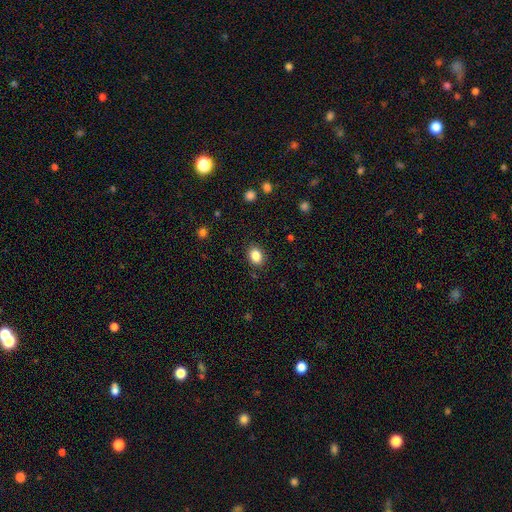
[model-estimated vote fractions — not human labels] A smooth galaxy with no disk features (86%) that is in between round and cigar-shaped (66%). Merging: none (87%).